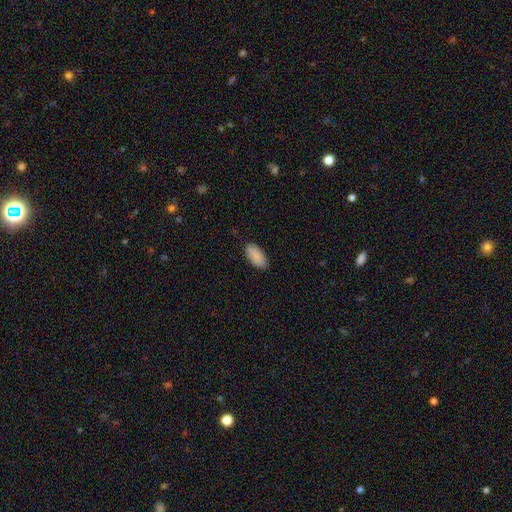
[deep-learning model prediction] Smooth or featured?
  - smooth: 89% *
  - star or artifact: 6%
  - featured or disk: 5%
How rounded?
  - in between: 93% *
  - cigar-shaped: 4%
  - round: 2%
Merging?
  - none: 87% *
  - minor disturbance: 10%
  - major disturbance: 2%
  - merger: 1%